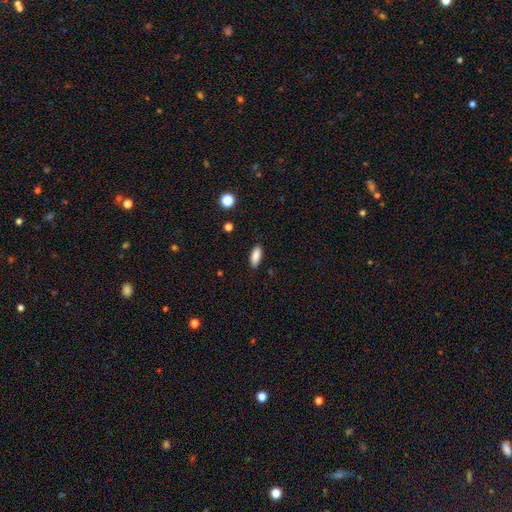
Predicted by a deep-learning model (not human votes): Morphology: type=smooth (87%); roundness=in between (78%); merging=none (88%).